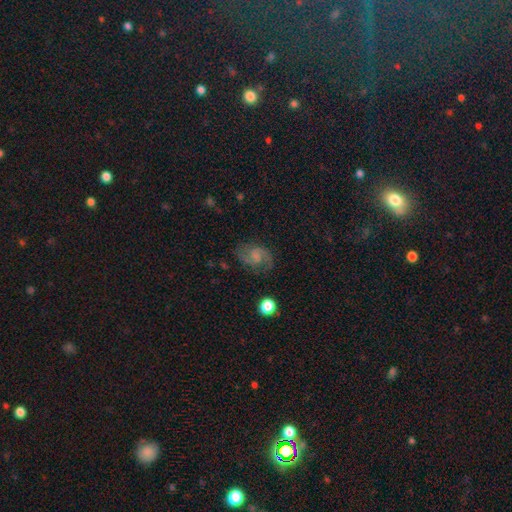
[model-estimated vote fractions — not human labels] smooth-or-featured: featured or disk: 79% | smooth: 13% | star or artifact: 8%
  disk-edge-on: no: 98% | yes: 2%
    bar: weak: 46% | no: 45% | strong: 10%
    has-spiral-arms: yes: 96% | no: 4%
      spiral-winding: medium: 54% | loose: 30% | tight: 15%
      spiral-arm-count: 2: 91% | can't tell: 3% | 1: 2% | 3: 1% | 4: 1% | more than 4: 1%
    bulge-size: none: 51% | small: 25% | moderate: 18% | large: 5% | dominant: 1%
  merging: none: 77% | minor disturbance: 15% | major disturbance: 7% | merger: 2%